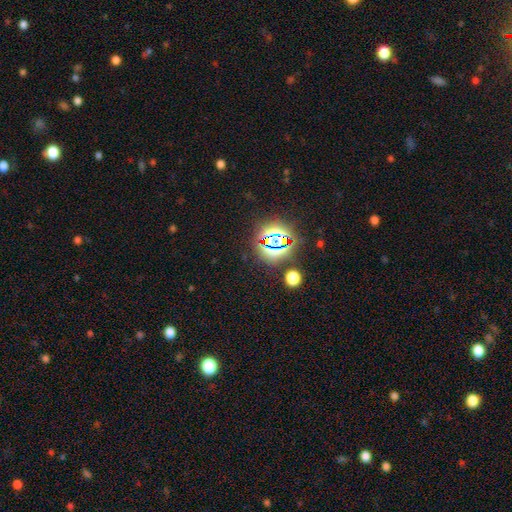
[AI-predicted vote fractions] Q: Smooth or featured?
A: star or artifact (82%); runner-up: smooth (11%)